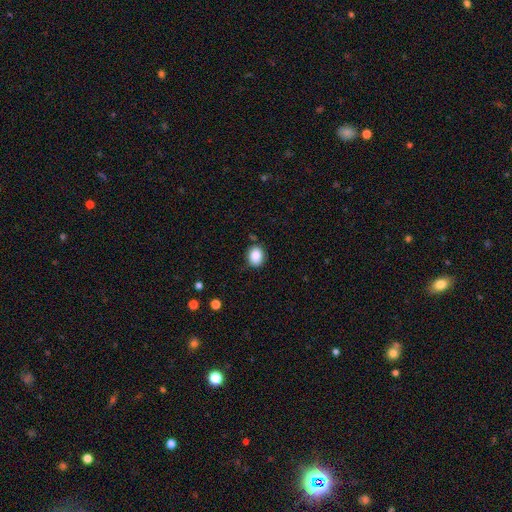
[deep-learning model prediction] Overall: smooth (87%). How rounded: in between (50%; round 49%). Merging: none (83%).